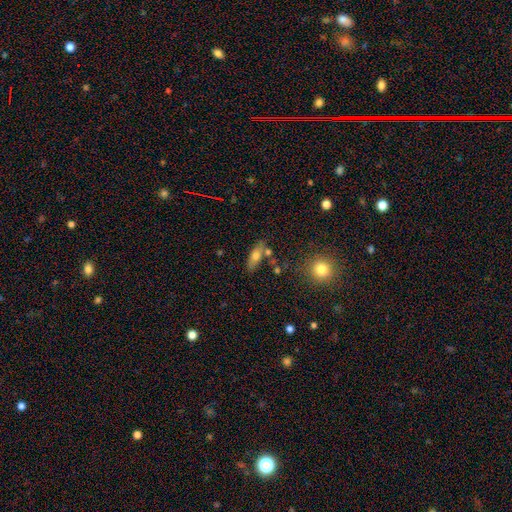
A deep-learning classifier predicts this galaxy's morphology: smooth-or-featured: smooth: 65% | featured or disk: 26% | star or artifact: 9%
  how-rounded: in between: 68% | cigar-shaped: 28% | round: 4%
  merging: none: 69% | minor disturbance: 15% | merger: 12% | major disturbance: 4%